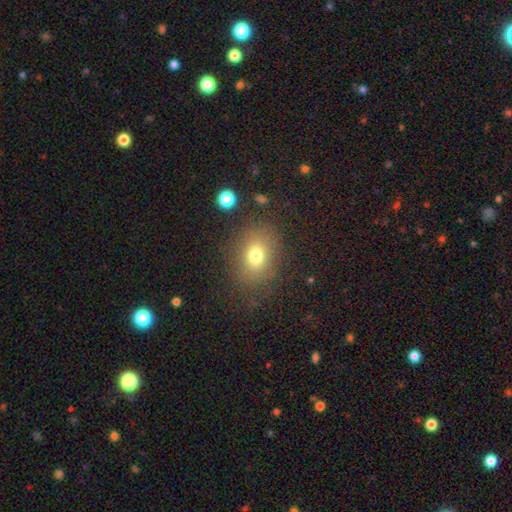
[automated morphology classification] Smooth or featured: smooth — 73% (star or artifact — 14%)
How rounded: in between — 62% (round — 36%)
Merging: none — 79% (minor disturbance — 12%)